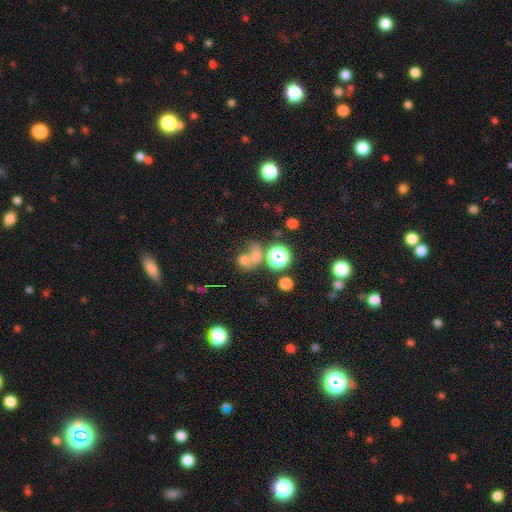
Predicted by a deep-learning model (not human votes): A smooth galaxy with no disk features (58%) that is round (69%).

Vote fractions:
- Smooth or featured? smooth: 58% / star or artifact: 28% / featured or disk: 13%
- How rounded? round: 69% / in between: 30% / cigar-shaped: 1%
- Merging? merger: 48% / none: 35% / minor disturbance: 8% / major disturbance: 8%